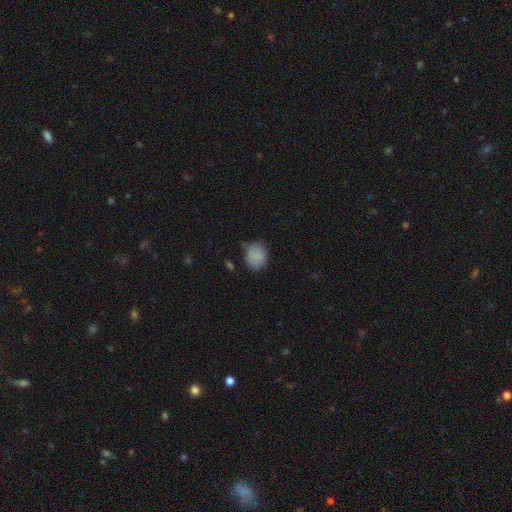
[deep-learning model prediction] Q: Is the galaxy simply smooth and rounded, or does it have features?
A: smooth — 86%.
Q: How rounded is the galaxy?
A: round — 61%.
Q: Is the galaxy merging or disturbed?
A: none — 63%.